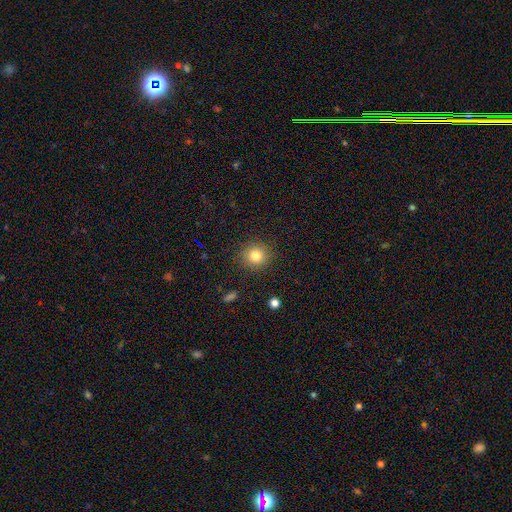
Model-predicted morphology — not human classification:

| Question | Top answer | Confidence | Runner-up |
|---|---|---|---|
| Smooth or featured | smooth | 80% | star or artifact (12%) |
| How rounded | round | 89% | in between (10%) |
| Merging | none | 89% | minor disturbance (7%) |